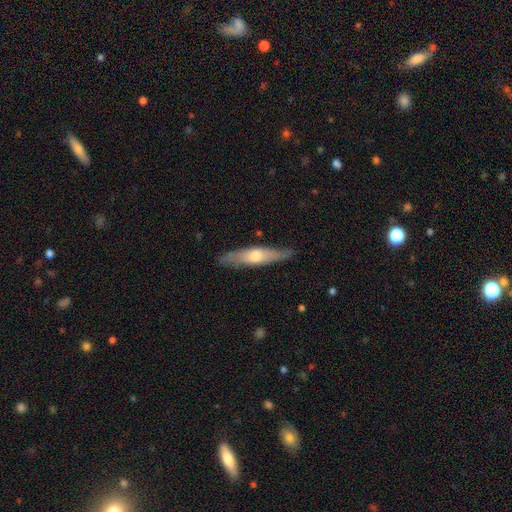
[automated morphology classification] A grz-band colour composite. It shows a featured or disk galaxy (51%) viewed edge-on (81%). Merging: none (85%).